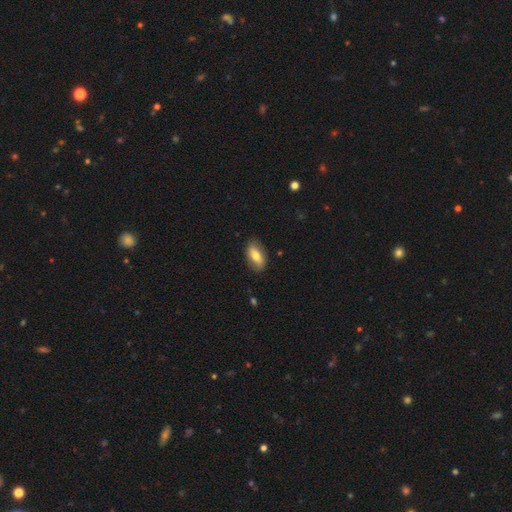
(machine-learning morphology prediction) Smooth or featured?
  - smooth: 69% *
  - featured or disk: 24%
  - star or artifact: 6%
How rounded?
  - in between: 87% *
  - cigar-shaped: 9%
  - round: 4%
Merging?
  - none: 82% *
  - minor disturbance: 14%
  - major disturbance: 3%
  - merger: 1%